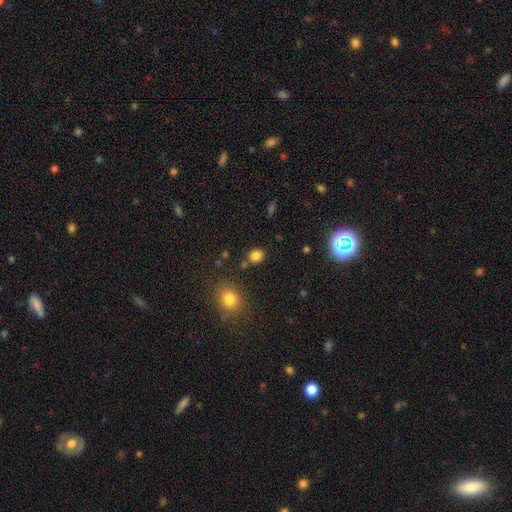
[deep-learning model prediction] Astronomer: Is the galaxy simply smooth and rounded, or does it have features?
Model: smooth — 82%.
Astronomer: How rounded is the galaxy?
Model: round — 57% (runner-up: in between, 42%).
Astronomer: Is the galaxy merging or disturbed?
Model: none — 78%.